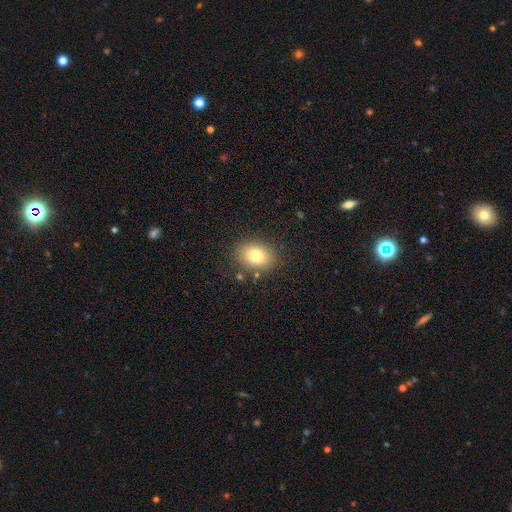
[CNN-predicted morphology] A smooth galaxy with no disk features (79%) that is in between round and cigar-shaped (66%). Merging: none (85%).